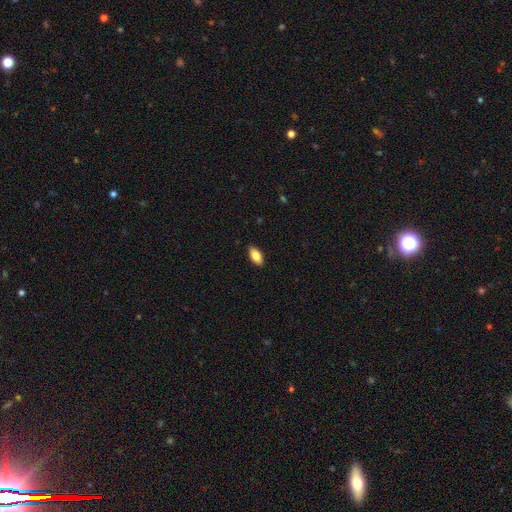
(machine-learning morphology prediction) This appears to be a smooth galaxy with no disk features (84%) that is in between round and cigar-shaped (90%). Merging: none (89%).